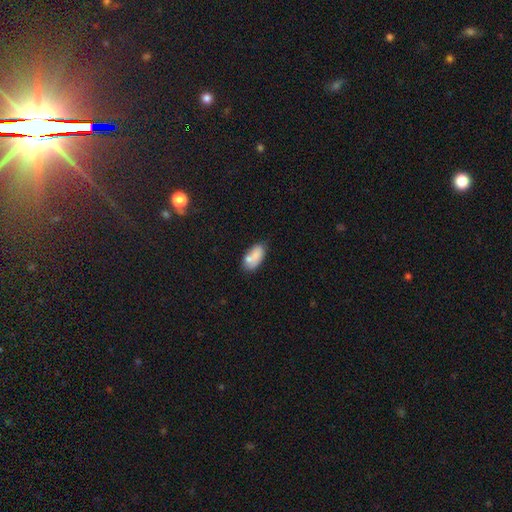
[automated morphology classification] type=smooth (76%); roundness=in between (91%); merging=none (52%).